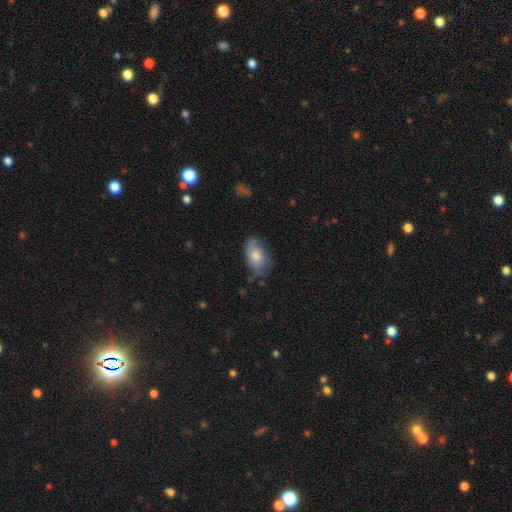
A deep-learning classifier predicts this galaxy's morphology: type=smooth (72%); roundness=in between (92%); merging=none (62%).